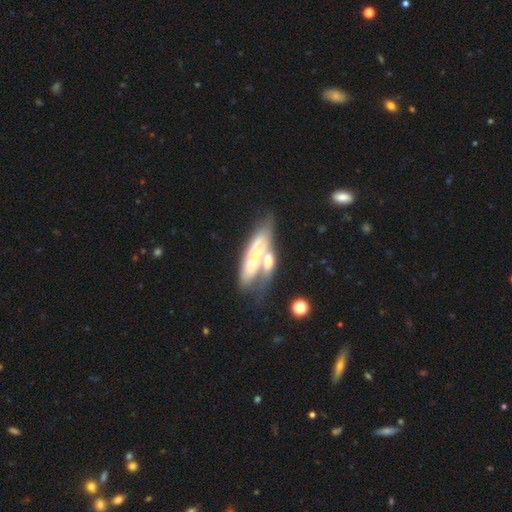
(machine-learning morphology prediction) Smooth or featured: featured or disk — 61% (smooth — 32%)
Edge-on disk: no — 70% (yes — 30%)
Merging: merger — 46% (none — 30%)